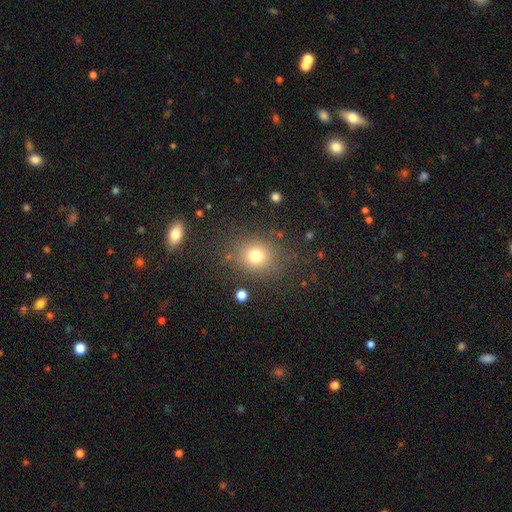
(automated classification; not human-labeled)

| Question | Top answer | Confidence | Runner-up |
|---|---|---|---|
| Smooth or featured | smooth | 77% | star or artifact (14%) |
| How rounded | round | 73% | in between (26%) |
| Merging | none | 79% | minor disturbance (12%) |